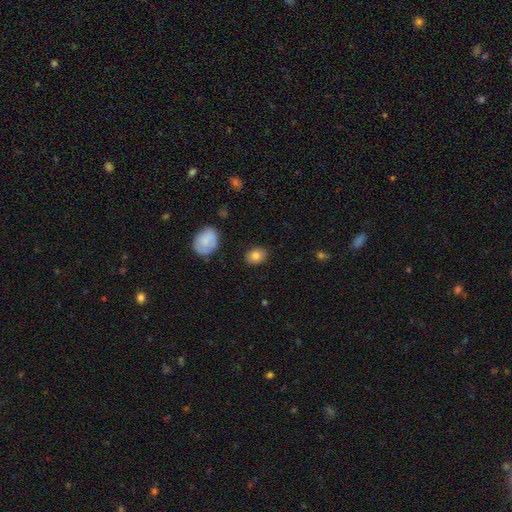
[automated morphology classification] smooth_or_featured: smooth (p=0.83) [alt: star or artifact p=0.09]
how_rounded: in between (p=0.68) [alt: round p=0.31]
merging: none (p=0.86) [alt: minor disturbance p=0.10]